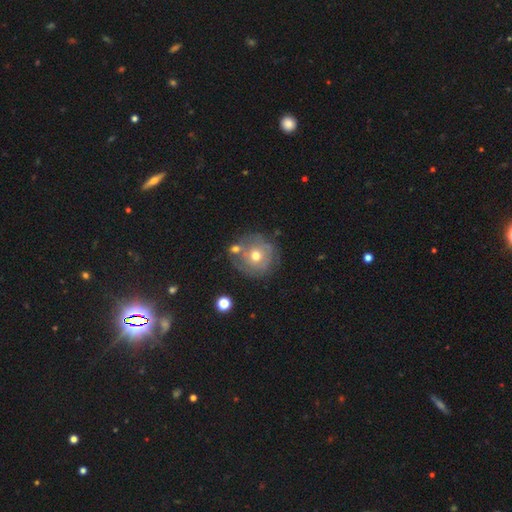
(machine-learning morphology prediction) smooth_or_featured: smooth (p=0.52) [alt: featured or disk p=0.39]
how_rounded: round (p=0.92) [alt: in between p=0.07]
merging: none (p=0.62) [alt: minor disturbance p=0.17]